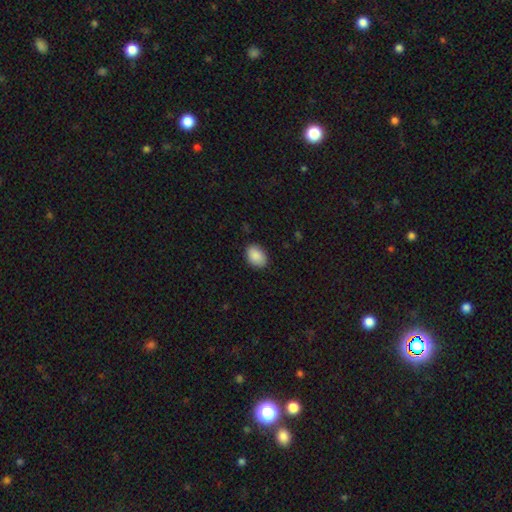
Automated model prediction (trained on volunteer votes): A smooth galaxy with no disk features (89%) that is in between round and cigar-shaped (79%).

Vote fractions:
- Smooth or featured? smooth: 89% / star or artifact: 7% / featured or disk: 4%
- How rounded? in between: 79% / round: 20% / cigar-shaped: 1%
- Merging? none: 87% / minor disturbance: 9% / major disturbance: 2% / merger: 1%